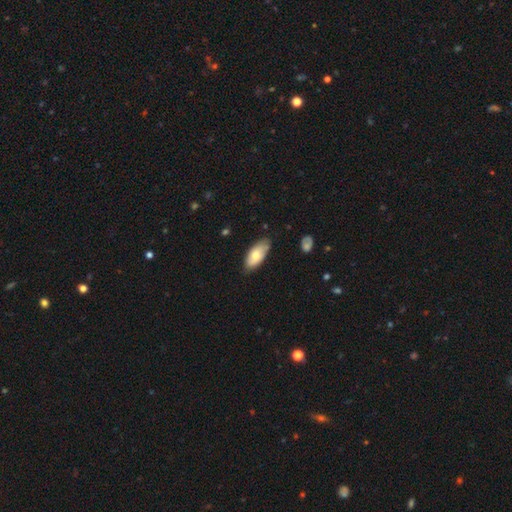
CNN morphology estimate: type=smooth (69%); roundness=in between (89%); merging=none (76%).